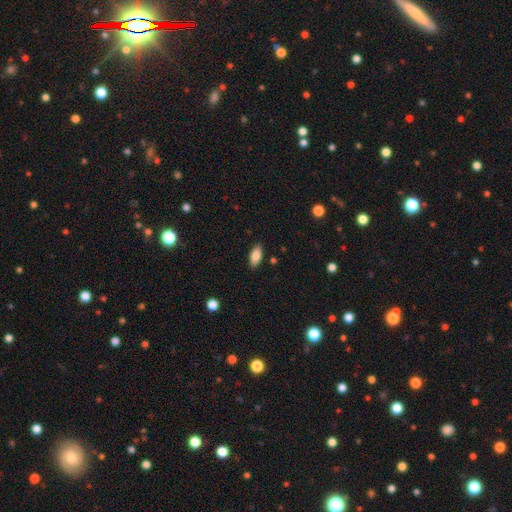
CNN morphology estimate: Smooth or featured? Predicted: smooth (p=0.84). How rounded? Predicted: in between (p=0.84). Merging? Predicted: none (p=0.88).